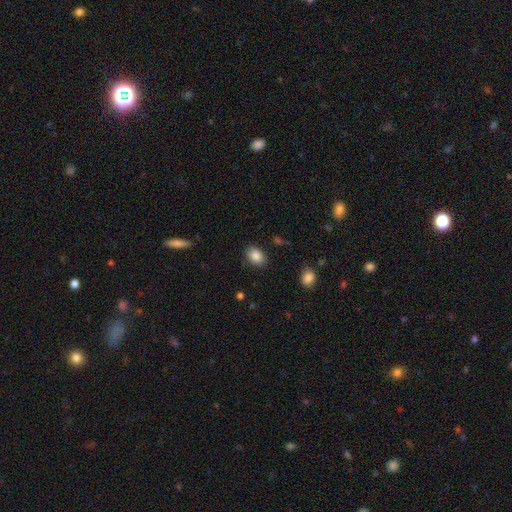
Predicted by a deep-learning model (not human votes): smooth-or-featured: smooth: 87% | star or artifact: 9% | featured or disk: 5%
  how-rounded: in between: 73% | round: 26% | cigar-shaped: 1%
  merging: none: 85% | minor disturbance: 11% | major disturbance: 3% | merger: 1%